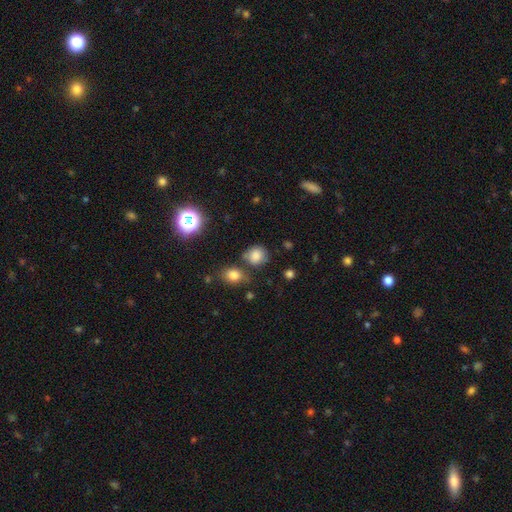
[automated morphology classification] smooth_or_featured: smooth (p=0.79) [alt: star or artifact p=0.15]
how_rounded: round (p=0.79) [alt: in between p=0.20]
merging: none (p=0.68) [alt: minor disturbance p=0.17]